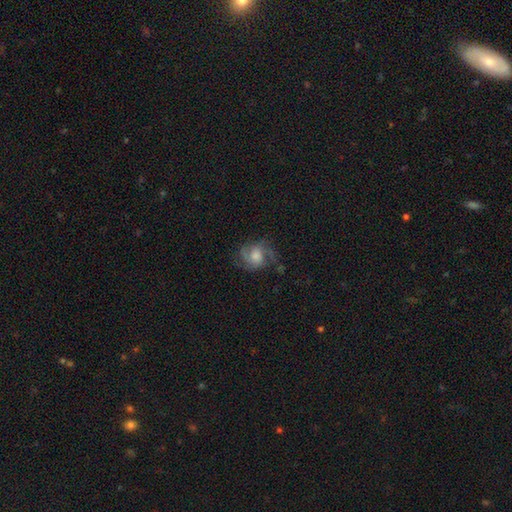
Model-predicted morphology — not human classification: A featured or disk galaxy (63%) with no bar (69%), 2 (42%) medium (48%) spiral arms (89%) and a moderate central bulge (37%). Merging: none (56%).